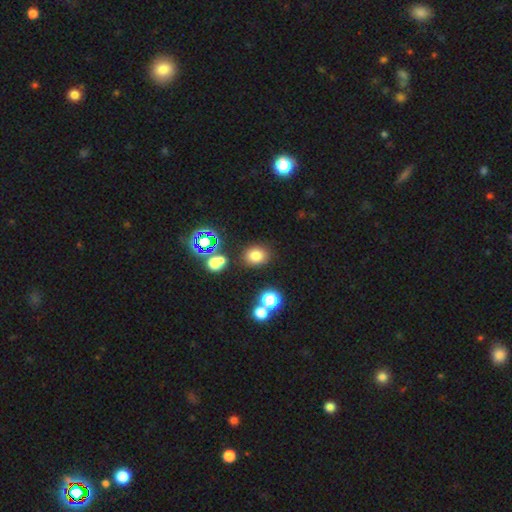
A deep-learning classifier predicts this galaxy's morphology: smooth_or_featured: smooth (p=0.75) [alt: star or artifact p=0.18]
how_rounded: round (p=0.58) [alt: in between p=0.41]
merging: none (p=0.81) [alt: minor disturbance p=0.09]